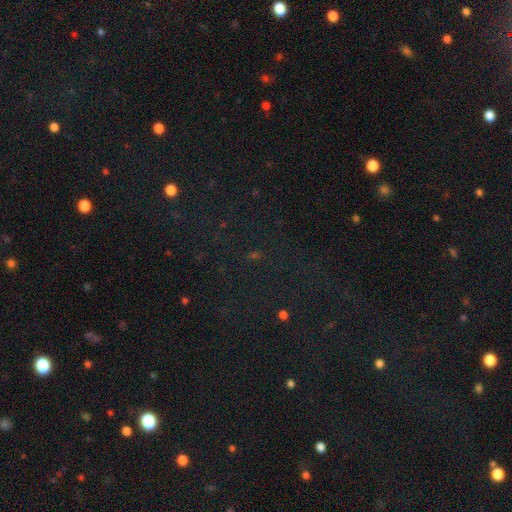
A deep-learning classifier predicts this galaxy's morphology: type=star or artifact (73%).